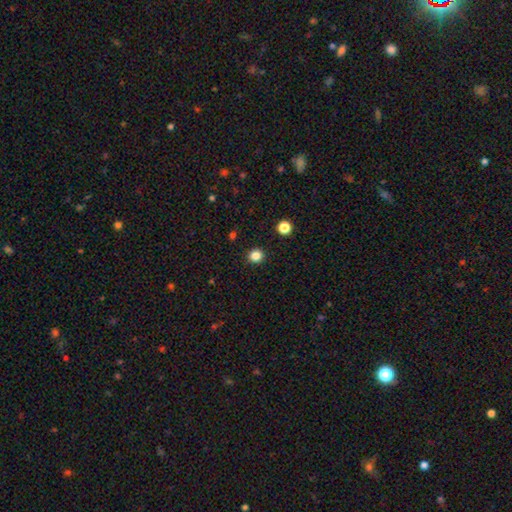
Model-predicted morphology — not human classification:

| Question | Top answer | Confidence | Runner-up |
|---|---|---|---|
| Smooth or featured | smooth | 84% | star or artifact (13%) |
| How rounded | round | 89% | in between (10%) |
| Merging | none | 92% | minor disturbance (5%) |